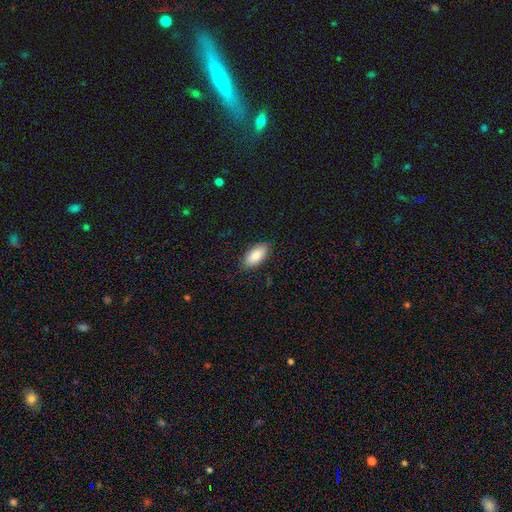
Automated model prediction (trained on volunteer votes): A smooth galaxy with no disk features (86%) that is in between round and cigar-shaped (91%). Merging: none (88%).